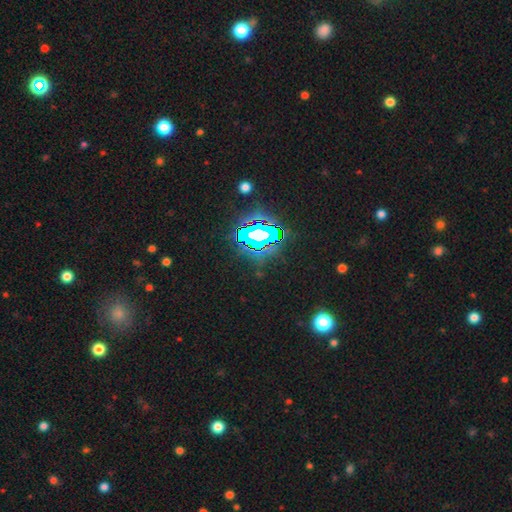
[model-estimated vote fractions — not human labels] Smooth or featured? Predicted: star or artifact (p=0.84).